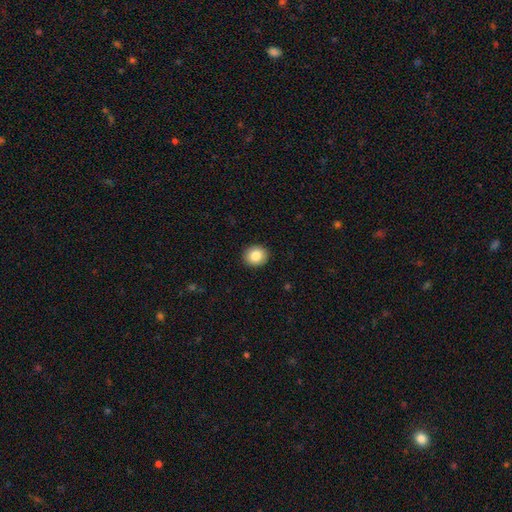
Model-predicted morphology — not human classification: The model was most divided on "how rounded": round: 76%, in between: 24%, cigar-shaped: 1%. More confident: merging — none (92%); smooth or featured — smooth (85%).